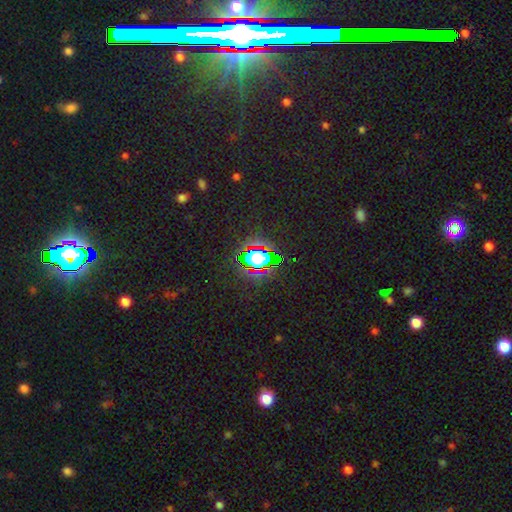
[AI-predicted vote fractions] This is likely a star or artifact rather than a galaxy (65%).